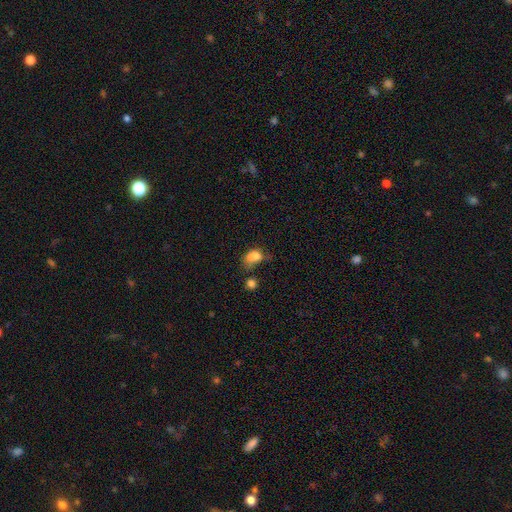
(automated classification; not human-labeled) Smooth or featured?
  - smooth: 75% *
  - featured or disk: 13%
  - star or artifact: 12%
How rounded?
  - in between: 75% *
  - round: 23%
  - cigar-shaped: 2%
Merging?
  - major disturbance: 30% *
  - minor disturbance: 27%
  - none: 23%
  - merger: 20%